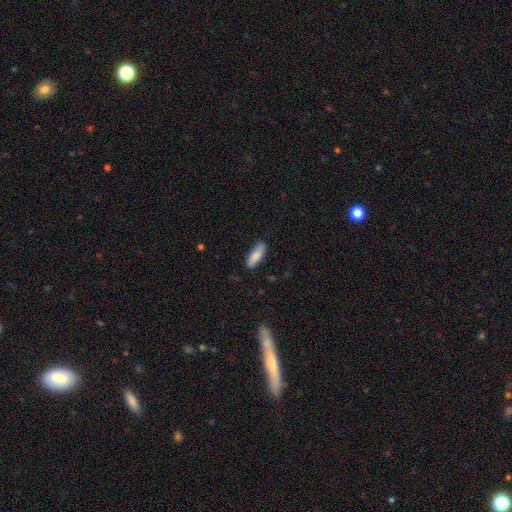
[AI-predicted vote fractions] Morphology: type=smooth (82%); roundness=cigar-shaped (53%); merging=none (85%).